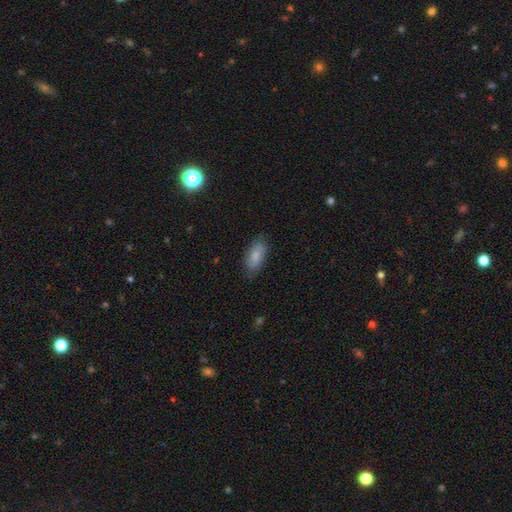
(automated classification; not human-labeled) smooth 81%, featured or disk 13%, star or artifact 6%. Down the decision tree: how rounded — in between (89%); merging — none (78%).